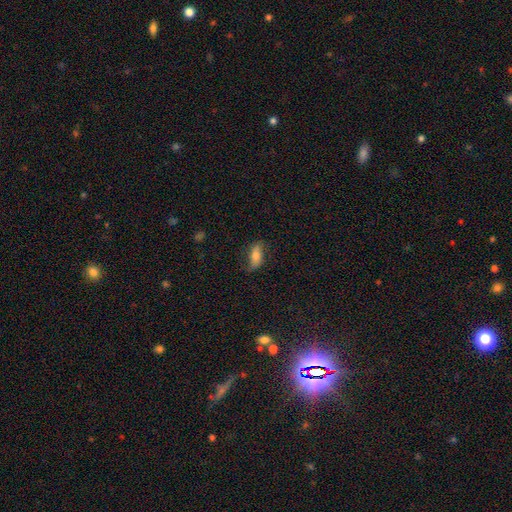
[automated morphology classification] smooth 59%, featured or disk 33%, star or artifact 8%. Down the decision tree: how rounded — in between (74%); merging — none (73%).